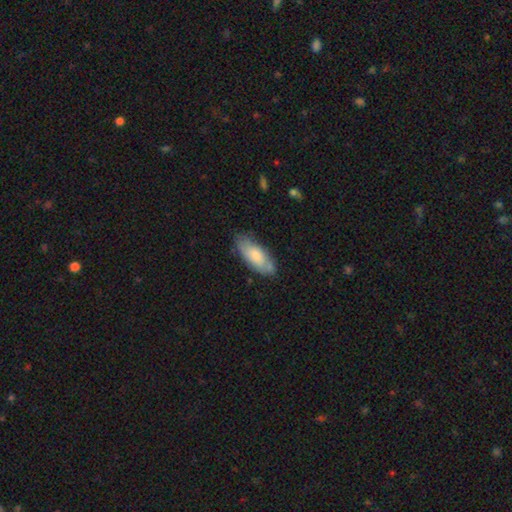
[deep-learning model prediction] smooth_or_featured: smooth (p=0.71) [alt: featured or disk p=0.24]
how_rounded: in between (p=0.81) [alt: cigar-shaped p=0.17]
merging: none (p=0.71) [alt: minor disturbance p=0.22]